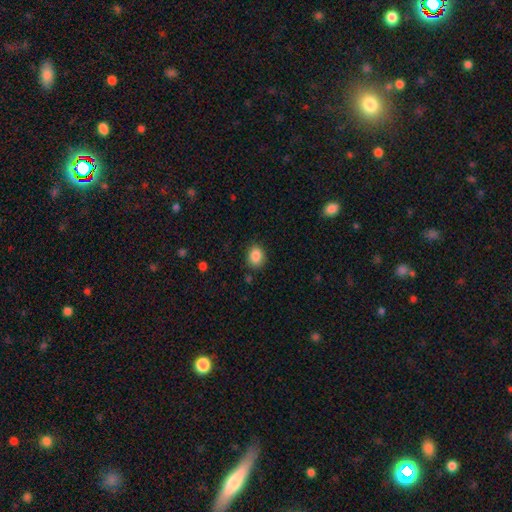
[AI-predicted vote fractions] smooth 87%, star or artifact 9%, featured or disk 4%. Down the decision tree: how rounded — round (50%); merging — none (84%).